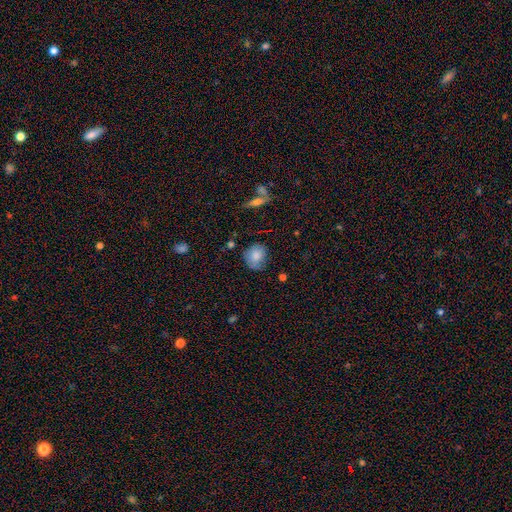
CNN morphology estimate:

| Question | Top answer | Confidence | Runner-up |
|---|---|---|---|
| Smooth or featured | smooth | 80% | featured or disk (12%) |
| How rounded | round | 66% | in between (33%) |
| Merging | none | 64% | minor disturbance (27%) |